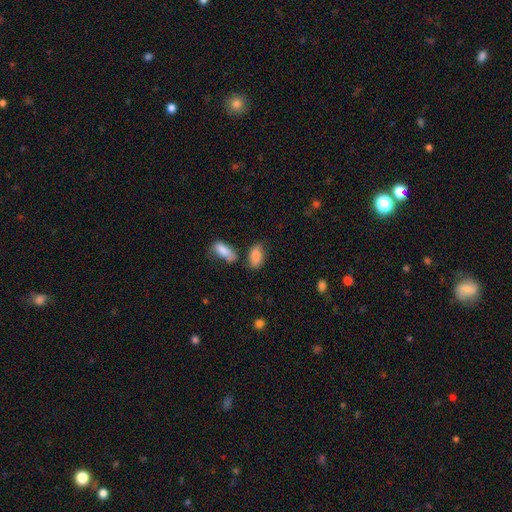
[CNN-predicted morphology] Q: Smooth or featured?
A: smooth (85%); runner-up: featured or disk (8%)
Q: How rounded?
A: in between (91%); runner-up: round (5%)
Q: Merging?
A: none (58%); runner-up: minor disturbance (21%)